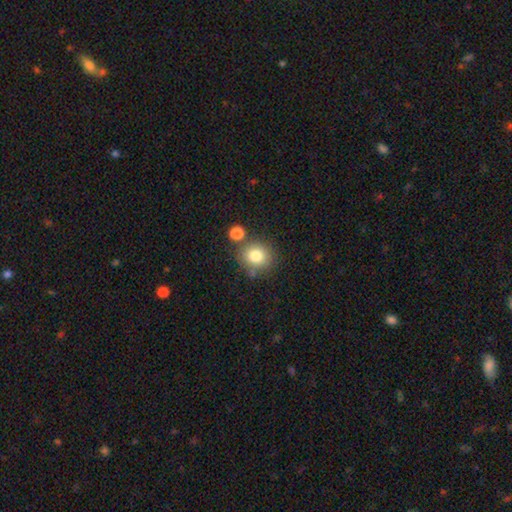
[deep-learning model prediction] Smooth or featured?
  - smooth: 80% *
  - star or artifact: 11%
  - featured or disk: 9%
How rounded?
  - round: 85% *
  - in between: 14%
  - cigar-shaped: 1%
Merging?
  - none: 71% *
  - merger: 14%
  - minor disturbance: 11%
  - major disturbance: 4%